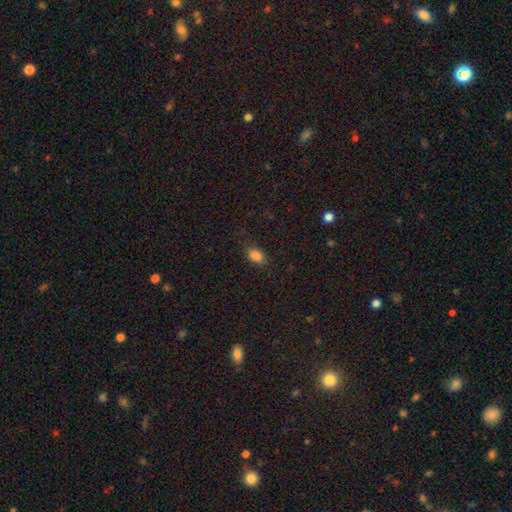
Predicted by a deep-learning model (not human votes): smooth-or-featured: smooth: 85% | star or artifact: 10% | featured or disk: 5%
  how-rounded: in between: 83% | round: 14% | cigar-shaped: 2%
  merging: none: 81% | minor disturbance: 14% | major disturbance: 4% | merger: 1%